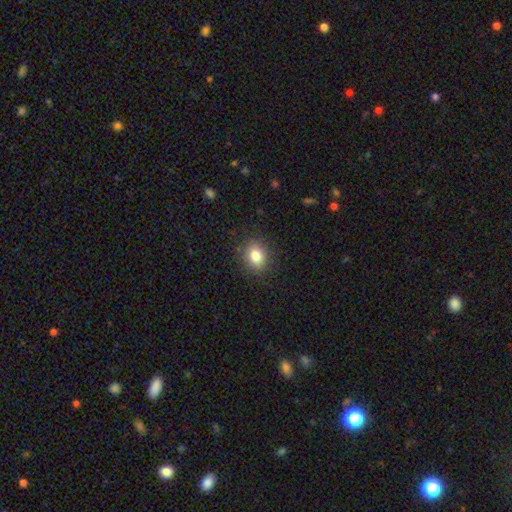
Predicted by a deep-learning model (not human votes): Smooth or featured: smooth — 82% (star or artifact — 11%)
How rounded: round — 56% (in between — 43%)
Merging: none — 88% (minor disturbance — 8%)